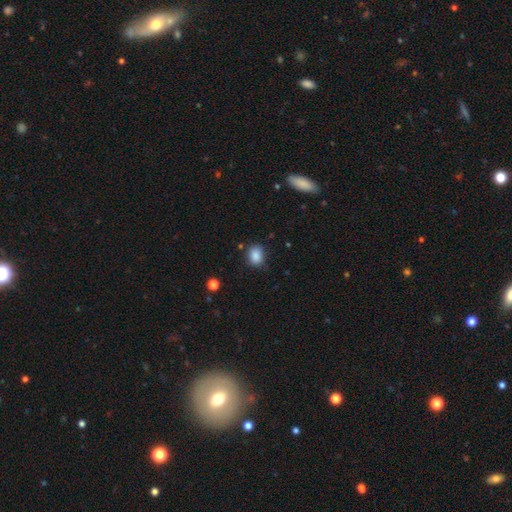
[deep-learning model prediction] The model was most divided on "how rounded": in between: 54%, round: 44%, cigar-shaped: 1%. More confident: smooth or featured — smooth (86%); merging — none (76%).